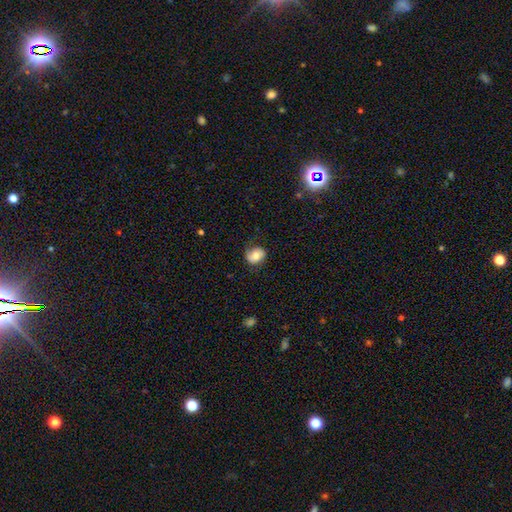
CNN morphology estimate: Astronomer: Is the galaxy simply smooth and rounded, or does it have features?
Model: smooth — 62%.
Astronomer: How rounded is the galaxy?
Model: round — 53% (runner-up: in between, 46%).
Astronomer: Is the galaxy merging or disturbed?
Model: none — 65%.